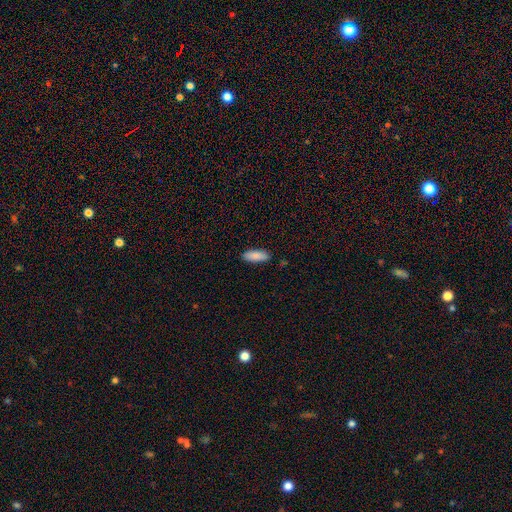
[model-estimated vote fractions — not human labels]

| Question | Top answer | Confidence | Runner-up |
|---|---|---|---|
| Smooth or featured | smooth | 89% | star or artifact (6%) |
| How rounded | in between | 67% | cigar-shaped (32%) |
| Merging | none | 88% | minor disturbance (9%) |